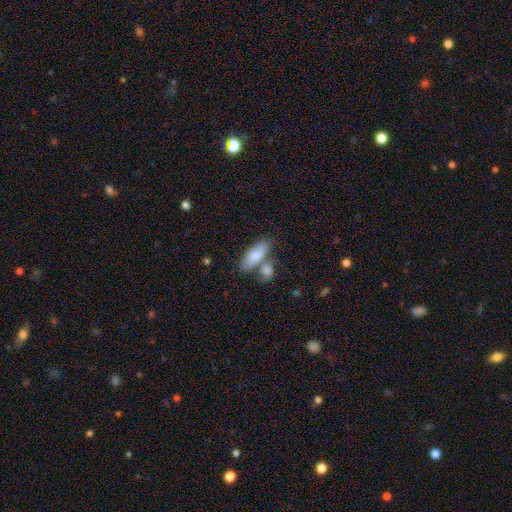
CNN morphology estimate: Q: Smooth or featured?
A: smooth (78%); runner-up: featured or disk (16%)
Q: How rounded?
A: in between (77%); runner-up: cigar-shaped (19%)
Q: Merging?
A: none (45%); runner-up: merger (35%)